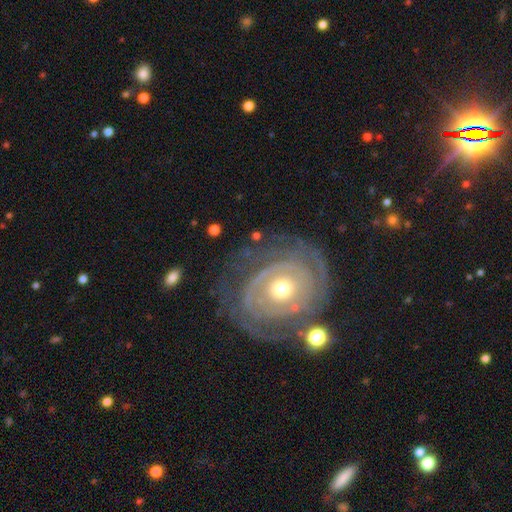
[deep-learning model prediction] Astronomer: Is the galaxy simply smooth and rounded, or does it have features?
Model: featured or disk — 84%.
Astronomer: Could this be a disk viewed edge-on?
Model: no — 97%.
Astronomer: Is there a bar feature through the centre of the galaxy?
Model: no — 65%.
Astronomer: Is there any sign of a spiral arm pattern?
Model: yes — 92%.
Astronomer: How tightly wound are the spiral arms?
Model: tight — 82%.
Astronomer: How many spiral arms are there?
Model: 2 — 30%, tied with can't tell at 30%.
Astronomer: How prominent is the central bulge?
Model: moderate — 56% (runner-up: small, 39%).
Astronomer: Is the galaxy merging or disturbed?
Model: none — 75%.